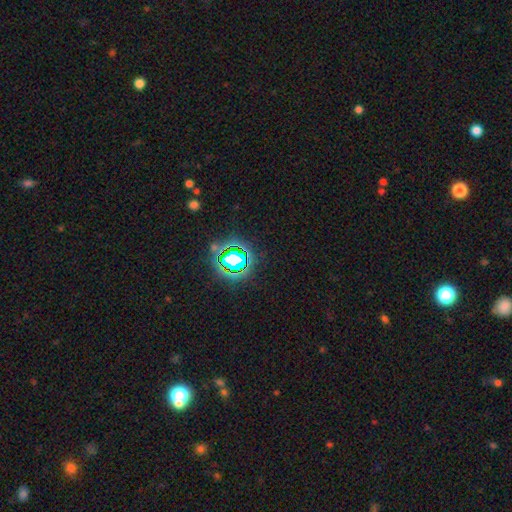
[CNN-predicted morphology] The model was most divided on "smooth or featured": star or artifact: 79%, smooth: 14%, featured or disk: 7%.